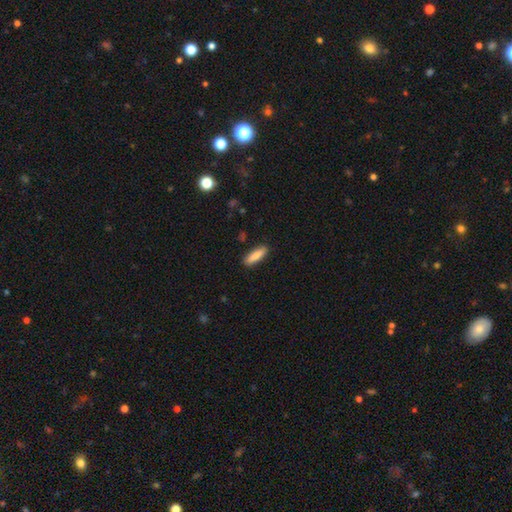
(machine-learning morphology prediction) Smooth or featured? smooth (83%)
How rounded? cigar-shaped (60%)
Merging? none (89%)